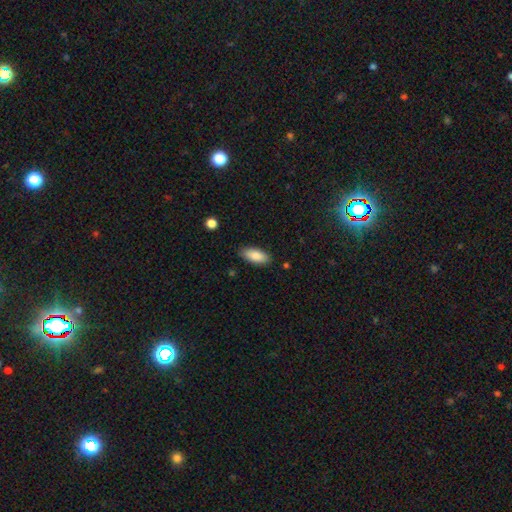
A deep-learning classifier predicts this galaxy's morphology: The model was most divided on "merging": none: 85%, minor disturbance: 11%, major disturbance: 2%, merger: 1%. More confident: how rounded — in between (87%); smooth or featured — smooth (87%).